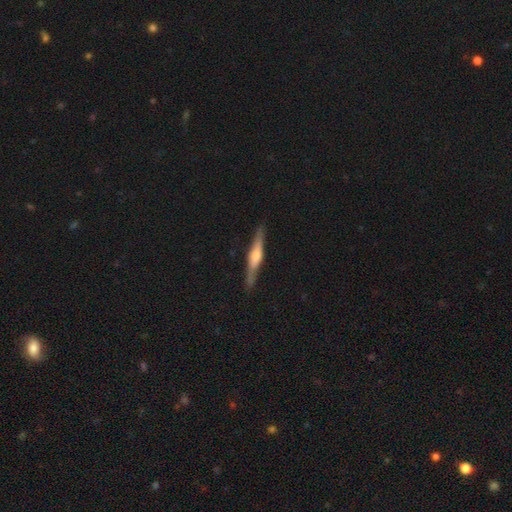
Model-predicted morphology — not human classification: Smooth or featured? Predicted: featured or disk (p=0.71). Edge-on disk? Predicted: yes (p=0.97). Edge-on bulge? Predicted: rounded (p=0.76). Merging? Predicted: none (p=0.88).